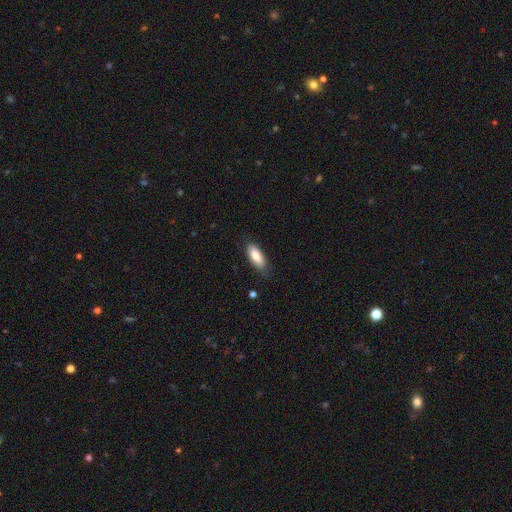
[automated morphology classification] A smooth galaxy with no disk features (83%) that is in between round and cigar-shaped (77%).

Vote fractions:
- Smooth or featured? smooth: 83% / featured or disk: 11% / star or artifact: 6%
- How rounded? in between: 77% / cigar-shaped: 21% / round: 2%
- Merging? none: 76% / minor disturbance: 19% / major disturbance: 4% / merger: 1%